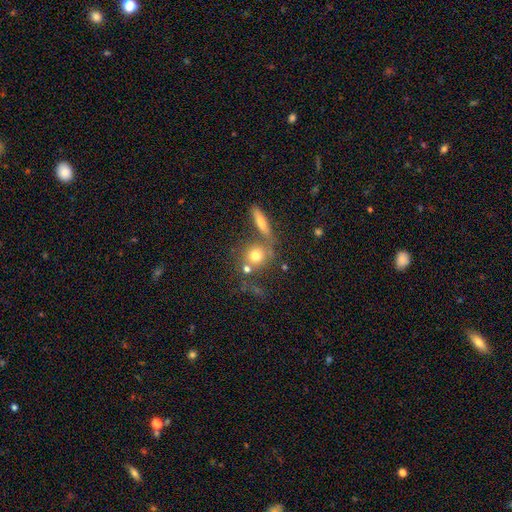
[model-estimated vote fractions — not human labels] Morphology: type=smooth (70%); roundness=round (78%); merging=none (55%).